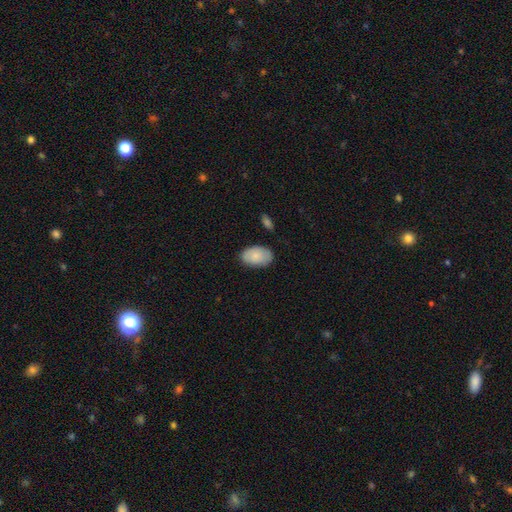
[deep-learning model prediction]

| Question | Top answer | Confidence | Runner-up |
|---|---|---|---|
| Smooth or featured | smooth | 82% | featured or disk (12%) |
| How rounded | in between | 92% | round (7%) |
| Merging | none | 79% | minor disturbance (16%) |